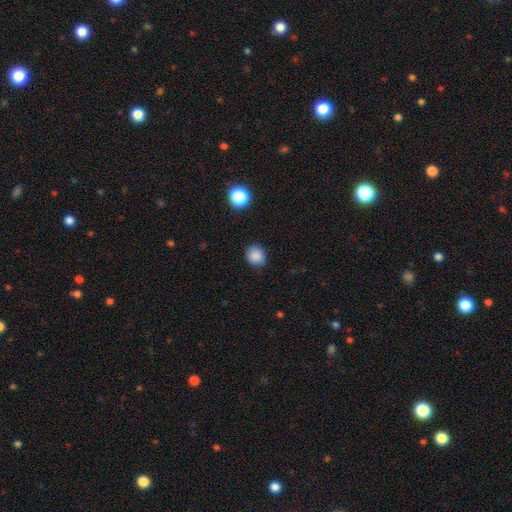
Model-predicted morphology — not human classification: Overall: smooth (86%). How rounded: round (69%; in between 30%). Merging: none (85%).